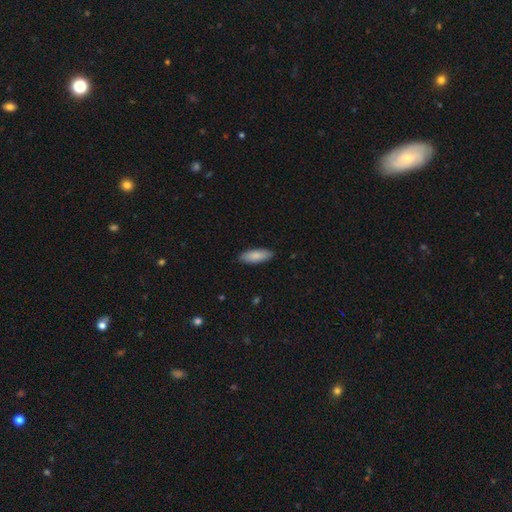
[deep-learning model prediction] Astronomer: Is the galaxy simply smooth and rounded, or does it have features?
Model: smooth — 87%.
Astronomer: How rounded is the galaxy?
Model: in between — 70%.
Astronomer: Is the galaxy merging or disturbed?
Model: none — 88%.